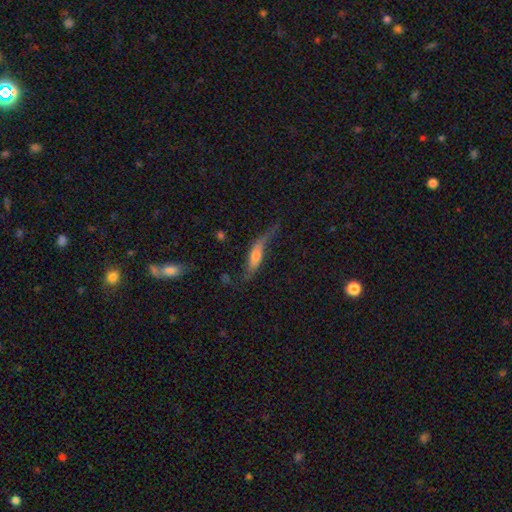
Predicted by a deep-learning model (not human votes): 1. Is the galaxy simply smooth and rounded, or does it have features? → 54% featured or disk, 38% smooth, 8% star or artifact.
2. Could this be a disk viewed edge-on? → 53% no, 47% yes.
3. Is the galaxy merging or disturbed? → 39% none, 28% minor disturbance, 28% major disturbance, 5% merger.